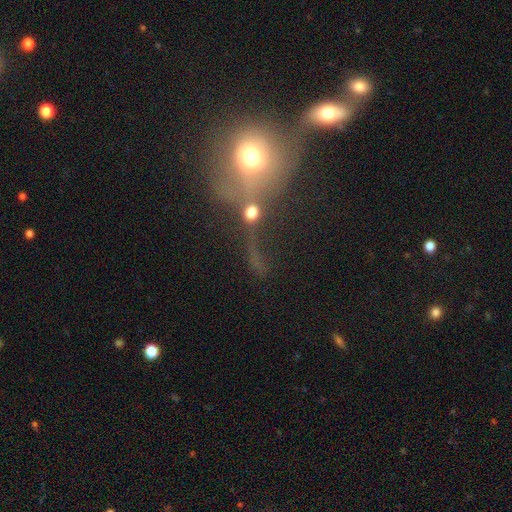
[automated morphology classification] A smooth galaxy with no disk features (40%). Merging: none (36%).